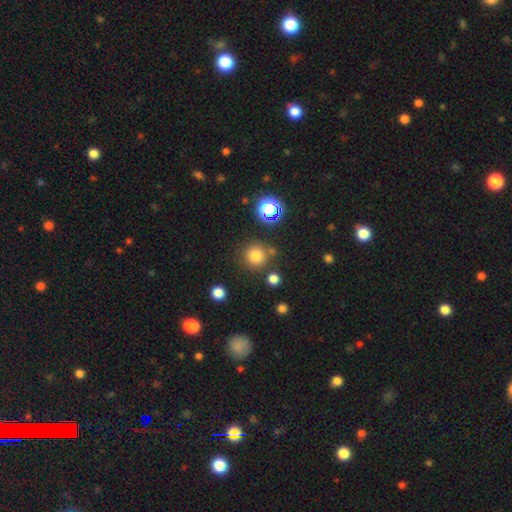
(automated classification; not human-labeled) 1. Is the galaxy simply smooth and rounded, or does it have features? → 76% smooth, 18% star or artifact, 6% featured or disk.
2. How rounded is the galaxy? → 93% round, 6% in between, 1% cigar-shaped.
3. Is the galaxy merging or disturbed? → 80% none, 9% minor disturbance, 7% merger, 4% major disturbance.